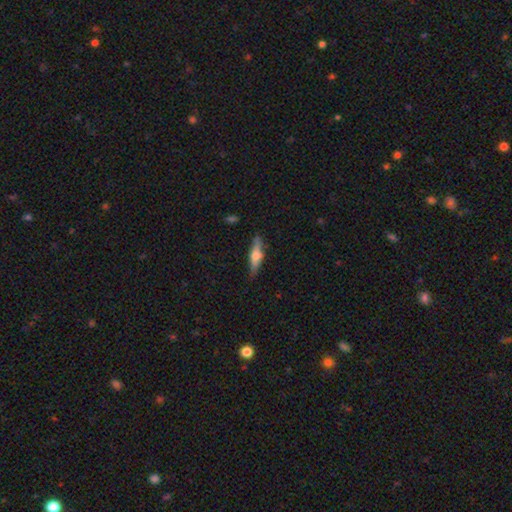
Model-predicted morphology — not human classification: Smooth or featured? Predicted: featured or disk (p=0.51). Edge-on disk? Predicted: yes (p=0.93). Merging? Predicted: none (p=0.82).